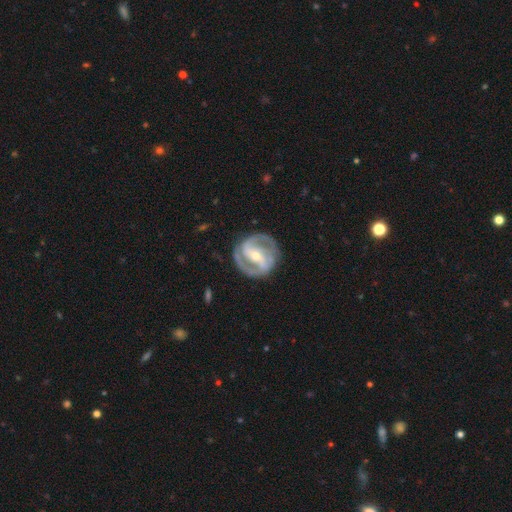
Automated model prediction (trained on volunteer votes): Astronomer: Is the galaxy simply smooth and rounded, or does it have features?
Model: featured or disk — 89%.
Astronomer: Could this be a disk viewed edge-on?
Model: no — 97%.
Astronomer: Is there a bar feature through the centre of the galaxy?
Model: strong — 53% (runner-up: weak, 31%).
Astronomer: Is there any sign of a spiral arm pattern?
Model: yes — 95%.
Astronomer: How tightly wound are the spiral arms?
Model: medium — 45%, tied with tight at 45%.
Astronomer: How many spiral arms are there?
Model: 2 — 82%.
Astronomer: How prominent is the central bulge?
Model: small — 51% (runner-up: moderate, 46%).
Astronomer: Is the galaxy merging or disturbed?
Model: none — 81%.